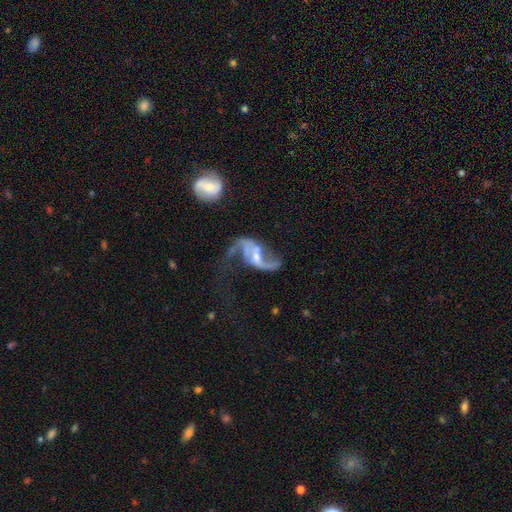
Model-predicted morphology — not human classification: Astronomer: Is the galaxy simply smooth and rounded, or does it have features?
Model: featured or disk — 89%.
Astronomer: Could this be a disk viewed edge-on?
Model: no — 97%.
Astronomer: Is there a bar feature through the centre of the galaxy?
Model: weak — 44% (runner-up: strong, 30%).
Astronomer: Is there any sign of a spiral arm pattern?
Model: yes — 94%.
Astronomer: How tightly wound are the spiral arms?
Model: loose — 80%.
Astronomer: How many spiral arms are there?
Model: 2 — 91%.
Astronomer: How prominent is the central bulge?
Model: small — 52% (runner-up: moderate, 38%).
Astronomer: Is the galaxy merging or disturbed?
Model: none — 50%.